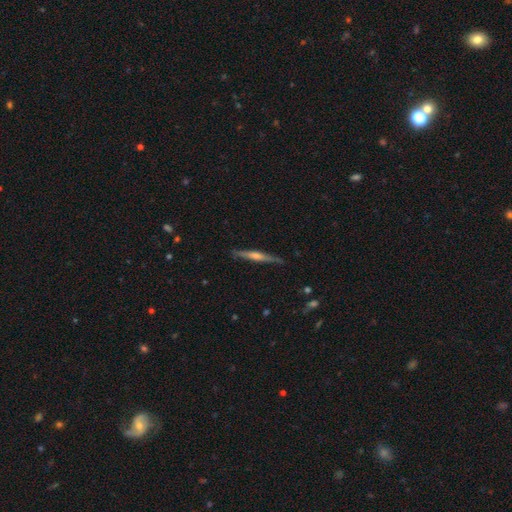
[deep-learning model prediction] A featured or disk galaxy (70%) viewed edge-on (97%) with a rounded central bulge (68%). Merging: none (86%).